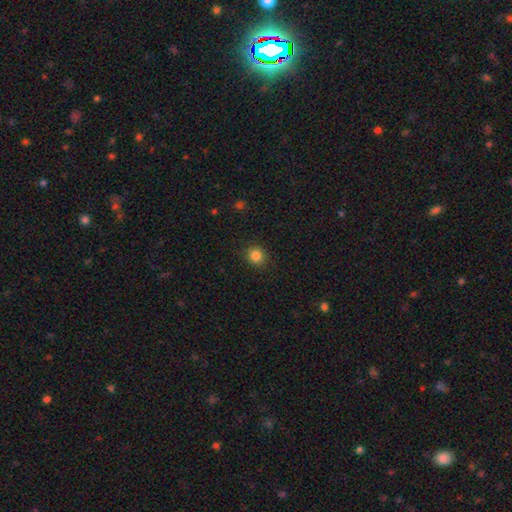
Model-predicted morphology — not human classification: smooth-or-featured: smooth: 84% | star or artifact: 11% | featured or disk: 4%
  how-rounded: round: 87% | in between: 12% | cigar-shaped: 1%
  merging: none: 89% | minor disturbance: 7% | major disturbance: 2% | merger: 1%